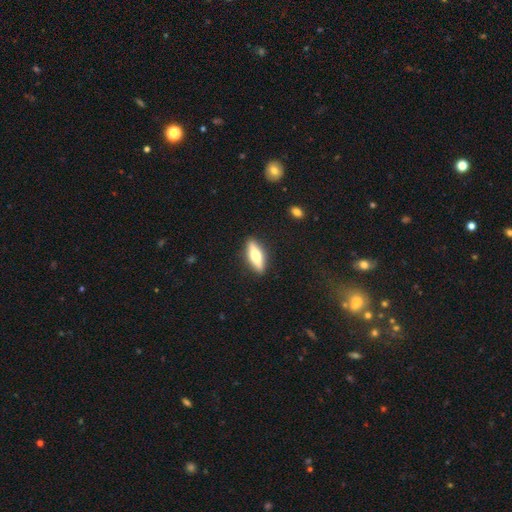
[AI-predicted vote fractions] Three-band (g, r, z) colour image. It shows a featured or disk galaxy (49%). Merging: none (89%).